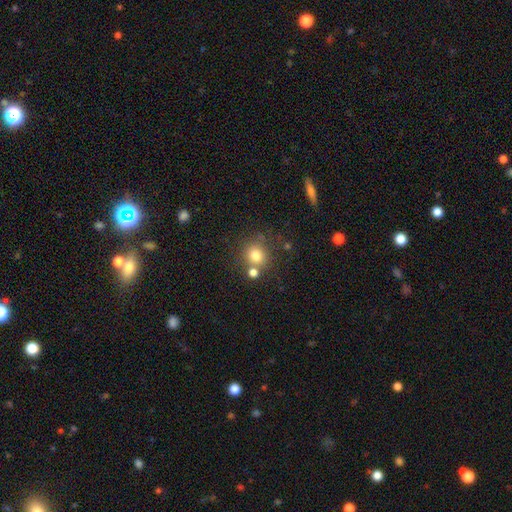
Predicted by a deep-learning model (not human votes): Morphology: type=smooth (78%); roundness=round (87%); merging=none (66%).